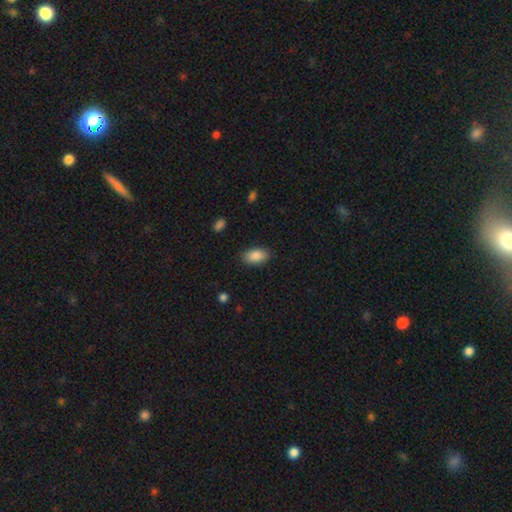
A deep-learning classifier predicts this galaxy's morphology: Smooth or featured? Predicted: smooth (p=0.88). How rounded? Predicted: in between (p=0.94). Merging? Predicted: none (p=0.86).